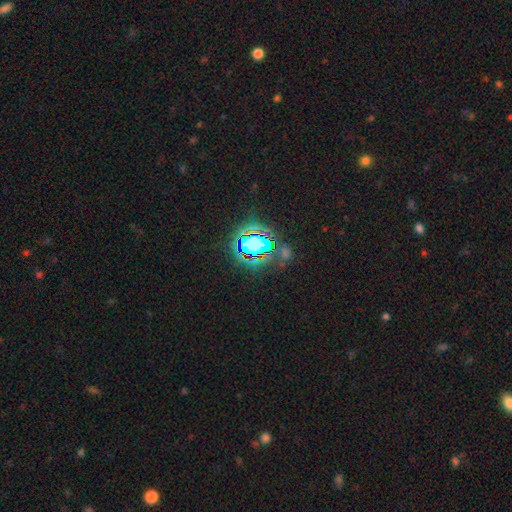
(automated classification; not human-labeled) smooth-or-featured: star or artifact: 78% | smooth: 13% | featured or disk: 9%